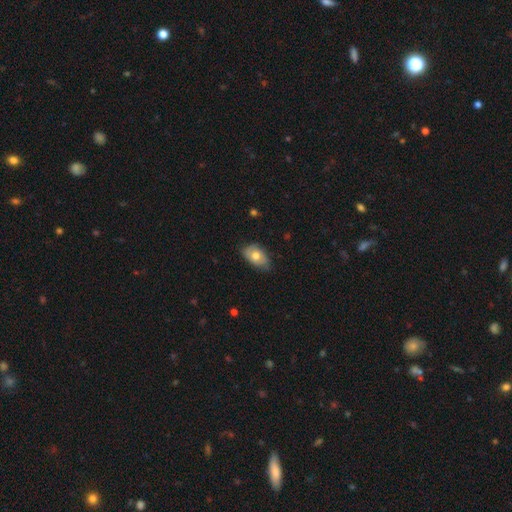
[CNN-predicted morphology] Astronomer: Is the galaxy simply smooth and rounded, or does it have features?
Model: smooth — 64%.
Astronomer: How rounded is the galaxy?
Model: in between — 87%.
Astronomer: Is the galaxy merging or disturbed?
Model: none — 67%.